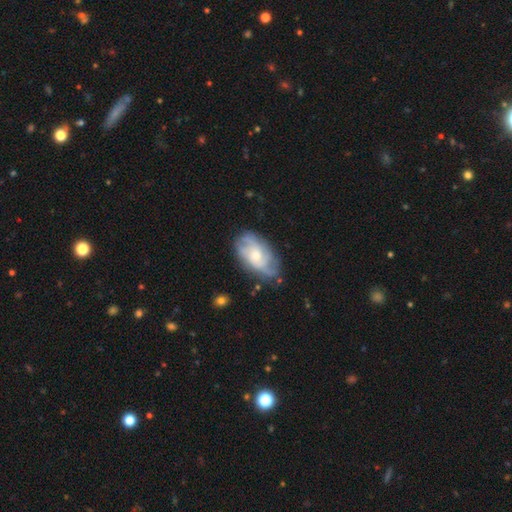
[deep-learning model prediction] Smooth or featured: featured or disk — 77% (smooth — 17%)
Edge-on disk: no — 96% (yes — 4%)
Bar: no — 70% (weak — 26%)
Spiral arms: yes — 93% (no — 7%)
Spiral winding: tight — 42% (medium — 41%)
Spiral arm count: can't tell — 32% (3 — 24%)
Bulge size: moderate — 51% (small — 39%)
Merging: none — 70% (minor disturbance — 21%)